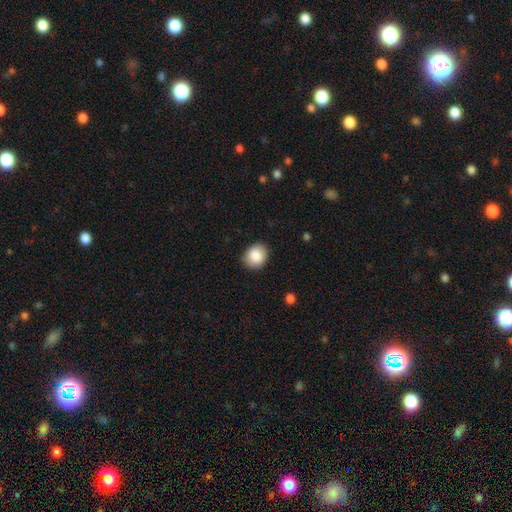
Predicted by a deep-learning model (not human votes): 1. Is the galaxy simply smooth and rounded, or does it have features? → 87% smooth, 8% star or artifact, 5% featured or disk.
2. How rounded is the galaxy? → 62% round, 37% in between, 1% cigar-shaped.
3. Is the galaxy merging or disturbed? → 87% none, 10% minor disturbance, 2% major disturbance, 1% merger.